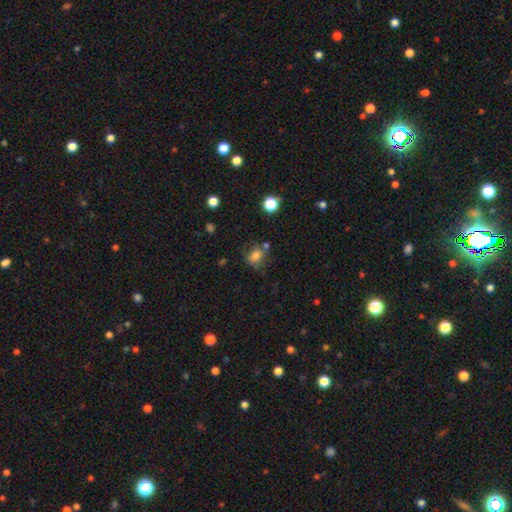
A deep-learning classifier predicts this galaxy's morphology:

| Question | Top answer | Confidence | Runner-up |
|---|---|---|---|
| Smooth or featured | smooth | 71% | featured or disk (15%) |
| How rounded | in between | 56% | round (42%) |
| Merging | none | 53% | minor disturbance (22%) |